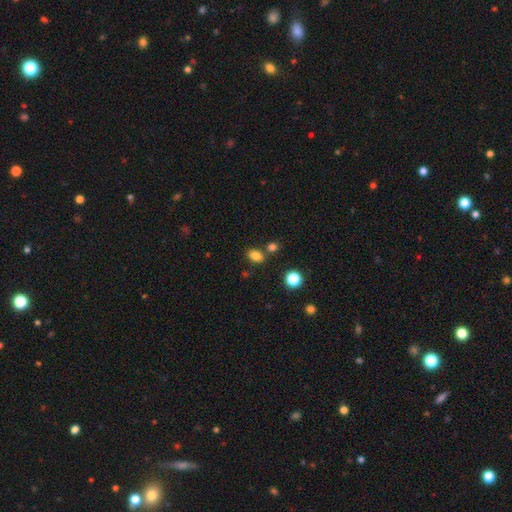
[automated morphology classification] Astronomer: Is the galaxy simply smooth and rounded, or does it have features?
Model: smooth — 82%.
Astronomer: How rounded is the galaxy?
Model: in between — 76%.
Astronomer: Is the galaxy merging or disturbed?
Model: none — 72%.